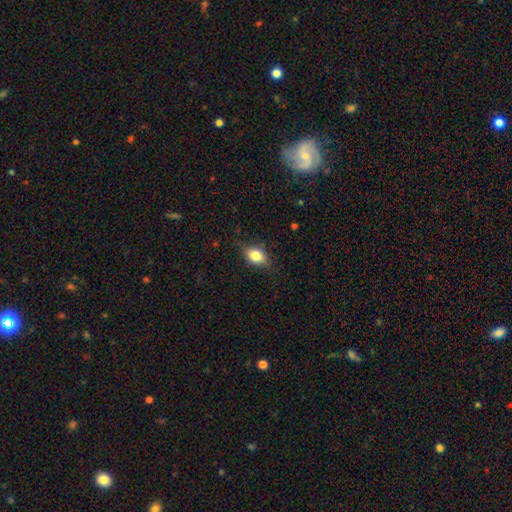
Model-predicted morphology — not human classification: smooth-or-featured: smooth: 81% | featured or disk: 11% | star or artifact: 8%
  how-rounded: in between: 82% | round: 15% | cigar-shaped: 3%
  merging: none: 79% | minor disturbance: 16% | major disturbance: 3% | merger: 1%